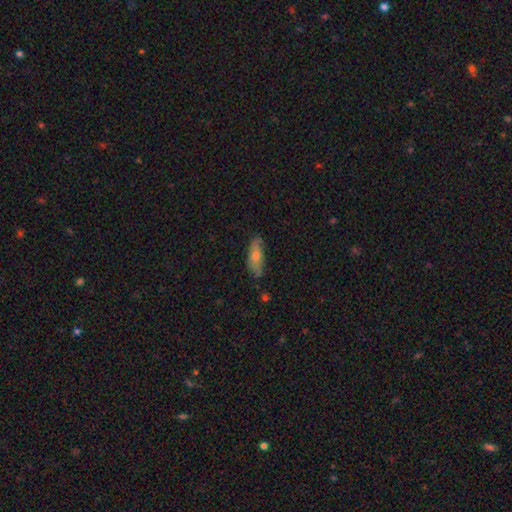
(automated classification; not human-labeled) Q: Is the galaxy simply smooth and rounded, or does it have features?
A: smooth — 60%.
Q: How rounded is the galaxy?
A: cigar-shaped — 51%.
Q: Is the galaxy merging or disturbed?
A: none — 76%.